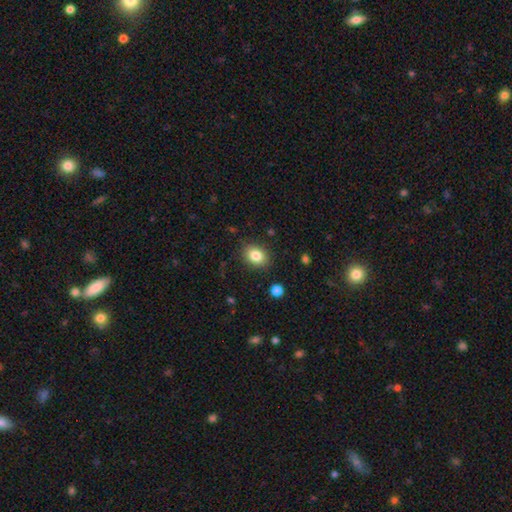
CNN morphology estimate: Overall: smooth (84%). How rounded: in between (63%; round 36%). Merging: none (86%).